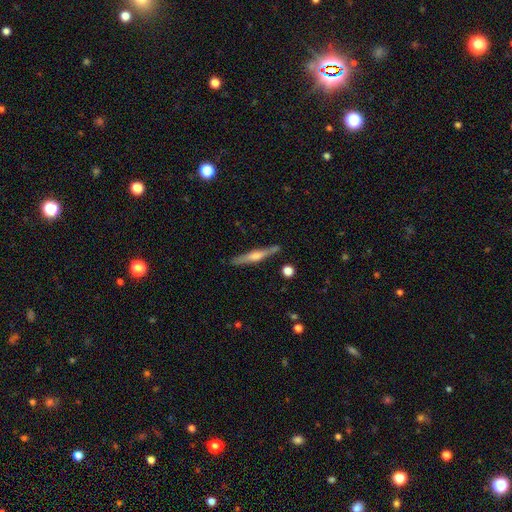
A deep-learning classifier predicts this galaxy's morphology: This is likely a featured or disk galaxy (65%). It is clearly viewed edge-on (97%). Edge-on bulge: likely rounded (74%). Merging: clearly none (86%).